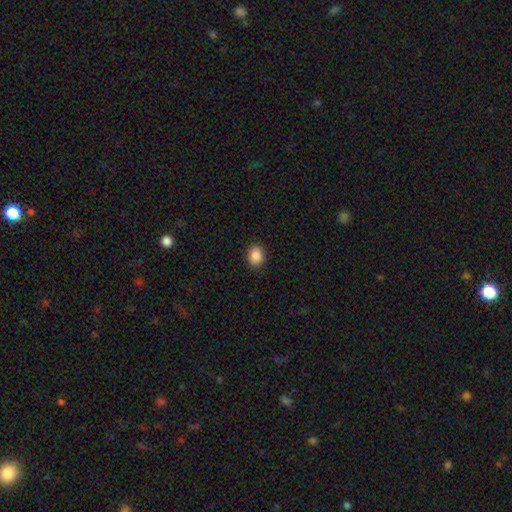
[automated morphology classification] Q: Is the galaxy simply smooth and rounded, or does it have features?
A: smooth — 88%.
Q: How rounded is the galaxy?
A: round — 52%.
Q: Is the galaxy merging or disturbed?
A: none — 89%.